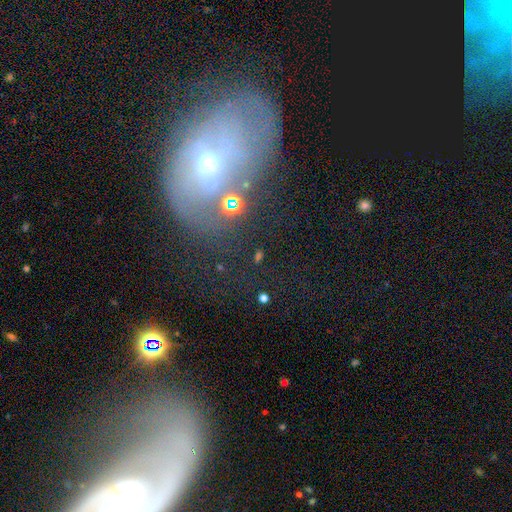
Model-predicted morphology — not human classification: smooth_or_featured: featured or disk (p=0.47) [alt: smooth p=0.33]
merging: none (p=0.34) [alt: merger p=0.24]